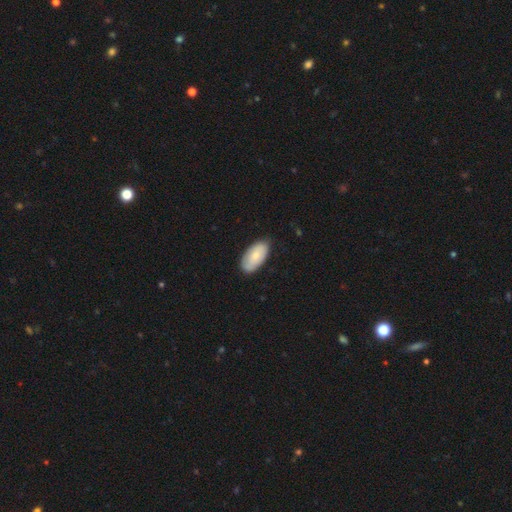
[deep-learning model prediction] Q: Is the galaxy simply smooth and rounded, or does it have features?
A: smooth — 73%.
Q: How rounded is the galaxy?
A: in between — 95%.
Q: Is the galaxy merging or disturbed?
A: none — 80%.